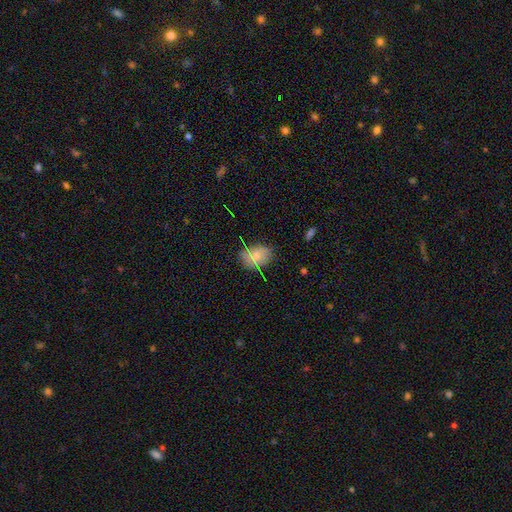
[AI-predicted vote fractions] A smooth galaxy with no disk features (76%) that is in between round and cigar-shaped (80%). Merging: none (73%).